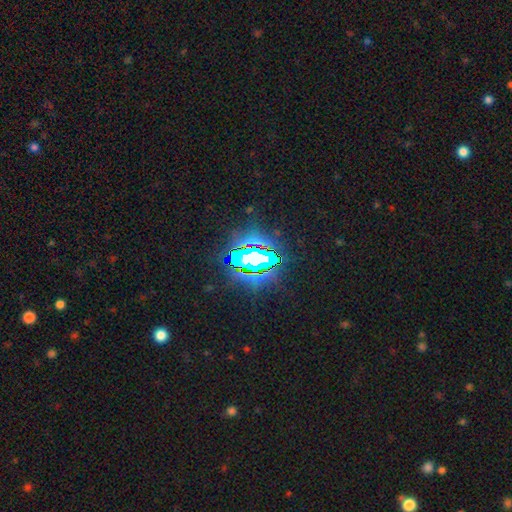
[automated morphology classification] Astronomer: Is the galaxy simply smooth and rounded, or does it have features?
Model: star or artifact — 74%.